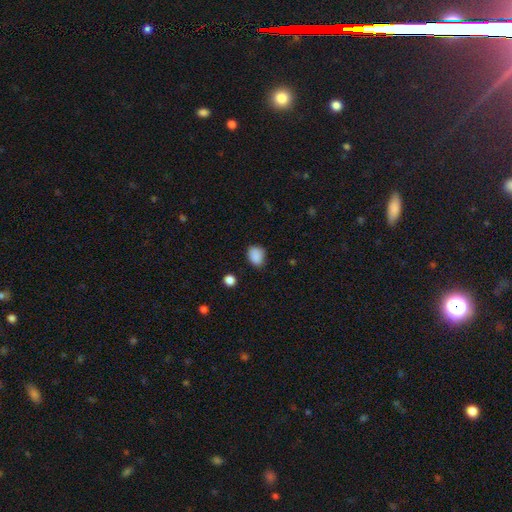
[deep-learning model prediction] This appears to be a smooth galaxy with no disk features (87%) that is in between round and cigar-shaped (60%). Merging: none (72%).